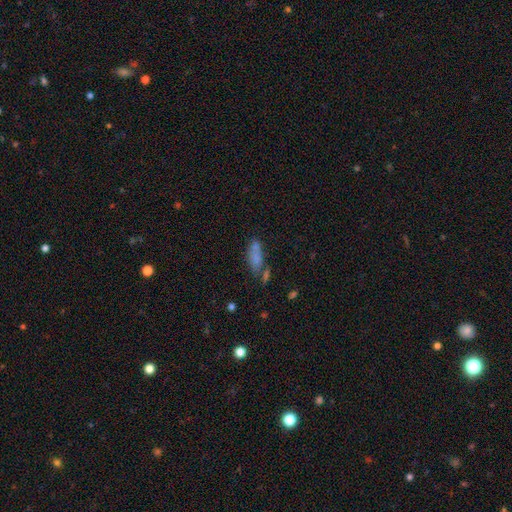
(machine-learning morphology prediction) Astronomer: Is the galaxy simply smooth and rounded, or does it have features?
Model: smooth — 70%.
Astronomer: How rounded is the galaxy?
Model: in between — 61%.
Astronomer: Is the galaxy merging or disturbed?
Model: none — 50%.